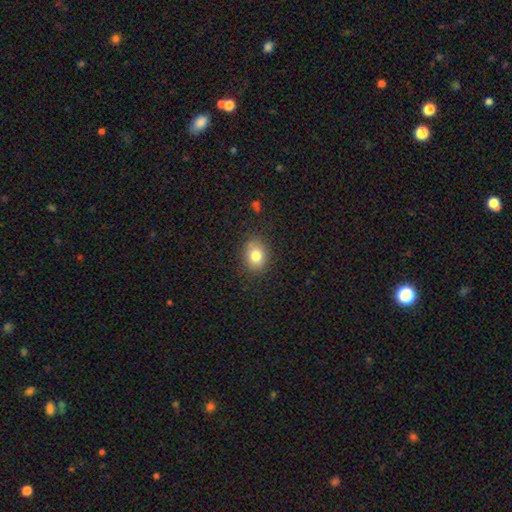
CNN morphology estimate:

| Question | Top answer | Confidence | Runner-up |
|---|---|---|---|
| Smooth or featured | smooth | 80% | star or artifact (10%) |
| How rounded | in between | 57% | round (42%) |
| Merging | none | 83% | minor disturbance (13%) |